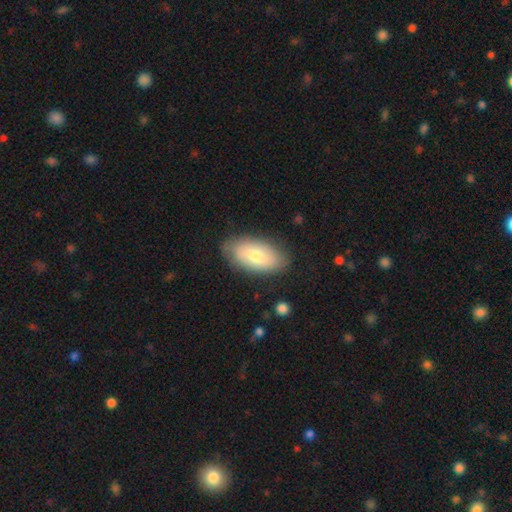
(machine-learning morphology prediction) smooth 70%, featured or disk 23%, star or artifact 6%. Down the decision tree: how rounded — in between (93%); merging — none (81%).